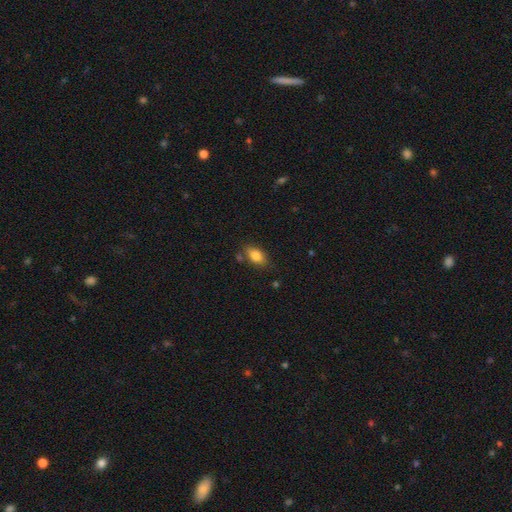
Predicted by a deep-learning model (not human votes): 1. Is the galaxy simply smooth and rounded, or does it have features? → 82% smooth, 10% featured or disk, 9% star or artifact.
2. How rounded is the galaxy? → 86% in between, 10% round, 4% cigar-shaped.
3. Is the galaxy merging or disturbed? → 74% none, 17% minor disturbance, 6% merger, 4% major disturbance.